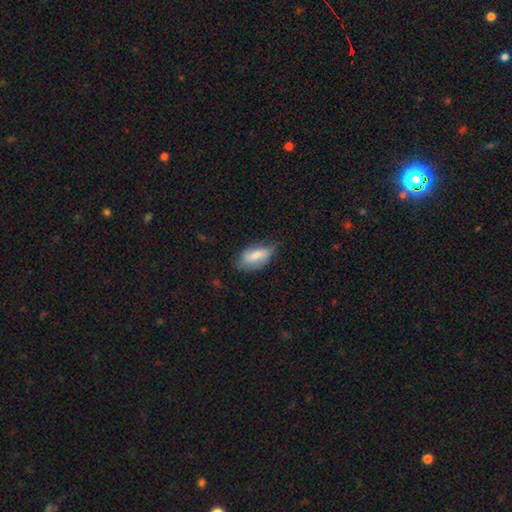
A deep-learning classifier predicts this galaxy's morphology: Smooth or featured?
  - smooth: 74% *
  - featured or disk: 19%
  - star or artifact: 7%
How rounded?
  - in between: 88% *
  - cigar-shaped: 9%
  - round: 3%
Merging?
  - none: 54% *
  - minor disturbance: 35%
  - major disturbance: 9%
  - merger: 2%